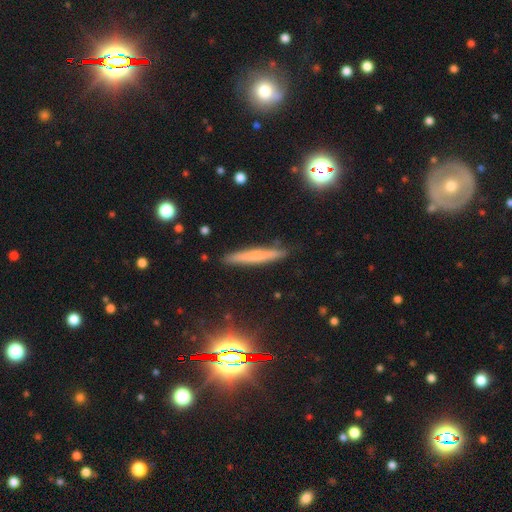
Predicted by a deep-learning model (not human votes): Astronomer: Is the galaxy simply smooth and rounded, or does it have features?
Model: smooth — 55% (runner-up: featured or disk, 35%).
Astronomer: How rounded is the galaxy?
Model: cigar-shaped — 93%.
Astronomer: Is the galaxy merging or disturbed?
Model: none — 89%.